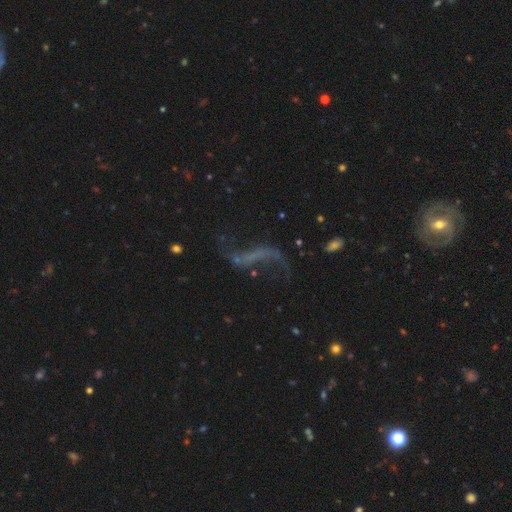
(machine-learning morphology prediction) A featured or disk galaxy (71%) with a strong bar (40%), spiral arms (77%) and no central bulge (74%). Merging: none (57%).